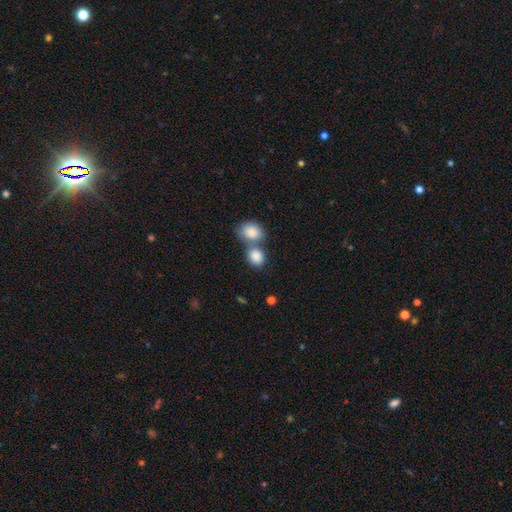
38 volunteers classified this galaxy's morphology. Smooth or featured? 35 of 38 (92%) said smooth. How rounded? 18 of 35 (51%) said round. Merging? 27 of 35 (77%) said merger.